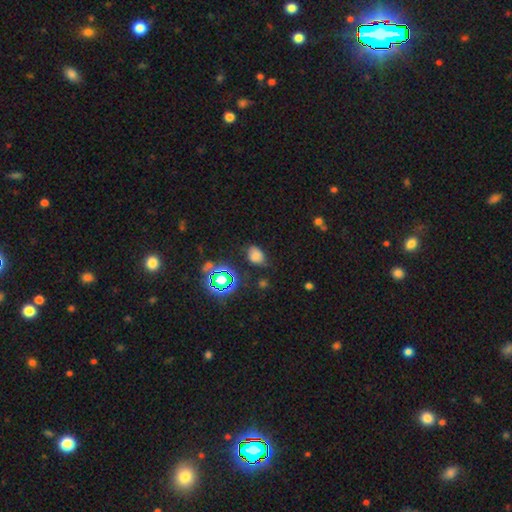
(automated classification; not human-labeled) A smooth galaxy with no disk features (68%) that is in between round and cigar-shaped (76%).

Vote fractions:
- Smooth or featured? smooth: 68% / star or artifact: 23% / featured or disk: 9%
- How rounded? in between: 76% / round: 23% / cigar-shaped: 1%
- Merging? none: 69% / minor disturbance: 22% / major disturbance: 6% / merger: 3%